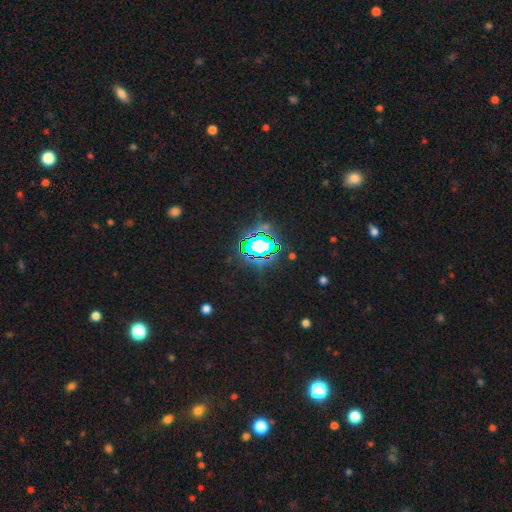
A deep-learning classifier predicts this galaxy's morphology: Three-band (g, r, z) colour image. It shows a star or artifact, not a galaxy (75%).